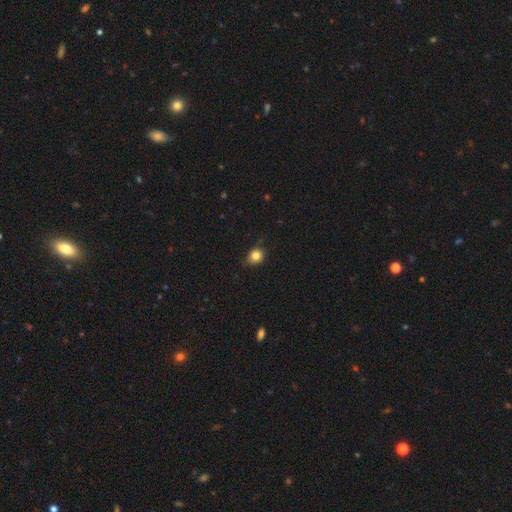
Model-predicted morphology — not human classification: smooth_or_featured: smooth (p=0.82) [alt: star or artifact p=0.11]
how_rounded: round (p=0.68) [alt: in between p=0.31]
merging: none (p=0.73) [alt: minor disturbance p=0.22]